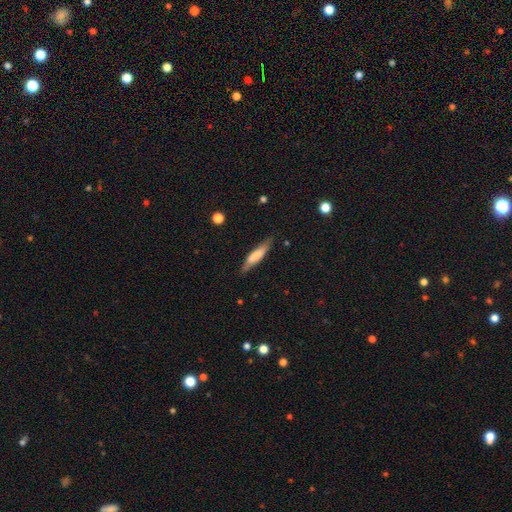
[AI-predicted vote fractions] Overall: smooth (65%; featured or disk 30%). How rounded: cigar-shaped (77%). Merging: none (79%).